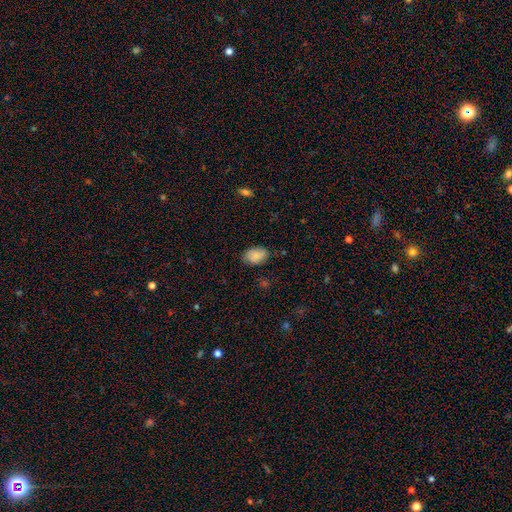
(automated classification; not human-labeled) Smooth or featured?
  - smooth: 84% *
  - featured or disk: 9%
  - star or artifact: 7%
How rounded?
  - in between: 89% *
  - round: 10%
  - cigar-shaped: 1%
Merging?
  - none: 77% *
  - minor disturbance: 18%
  - major disturbance: 3%
  - merger: 1%